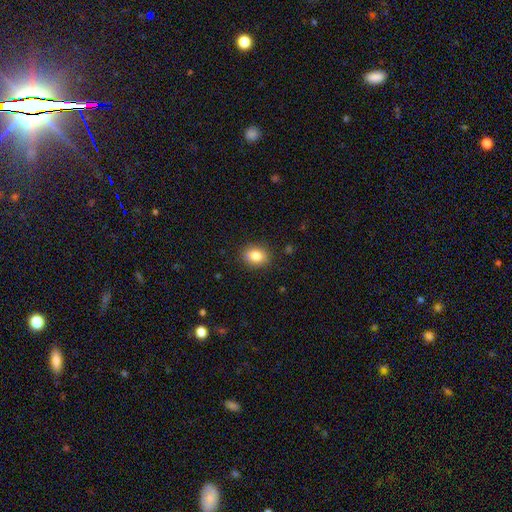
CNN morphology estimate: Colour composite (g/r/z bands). It shows a smooth galaxy with no disk features (83%) that is round (54%). Merging: none (88%).